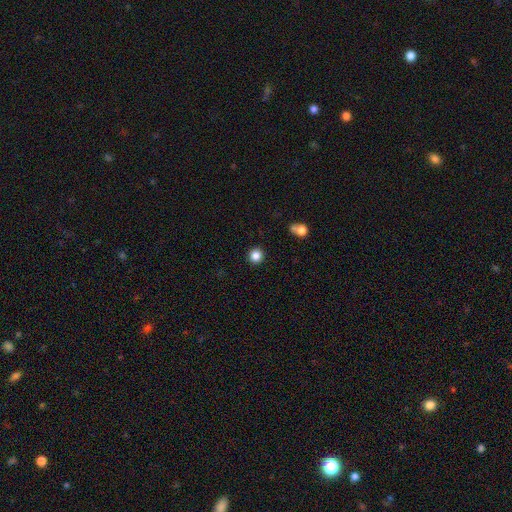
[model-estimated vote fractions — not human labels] Morphology: type=smooth (84%); roundness=round (95%); merging=none (93%).